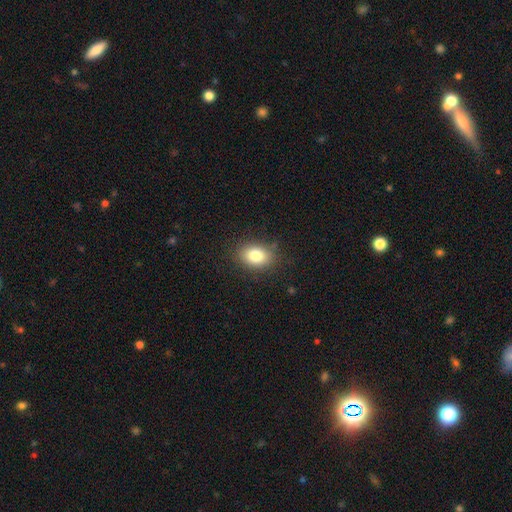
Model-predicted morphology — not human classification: smooth 81%, star or artifact 10%, featured or disk 9%. Down the decision tree: how rounded — in between (73%); merging — none (84%).